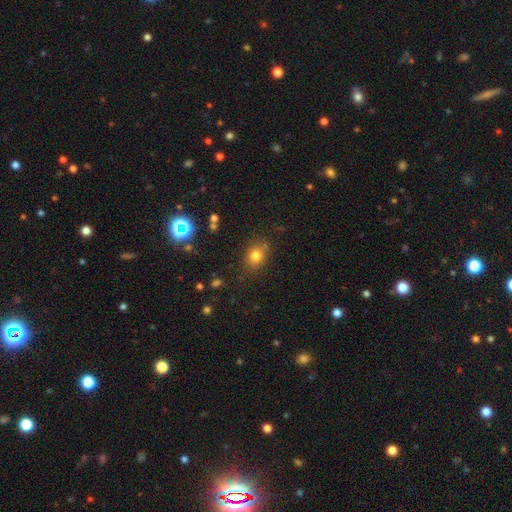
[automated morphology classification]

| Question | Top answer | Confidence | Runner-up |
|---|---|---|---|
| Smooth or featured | smooth | 77% | star or artifact (15%) |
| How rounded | round | 51% | in between (48%) |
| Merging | none | 78% | minor disturbance (14%) |